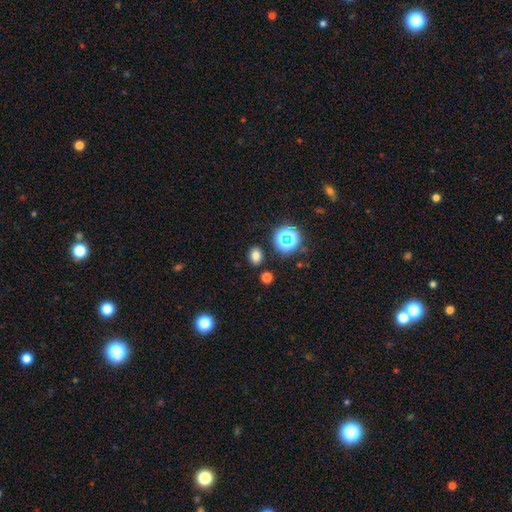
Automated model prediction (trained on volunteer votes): Overall: smooth (74%). How rounded: in between (62%; round 37%). Merging: none (84%).